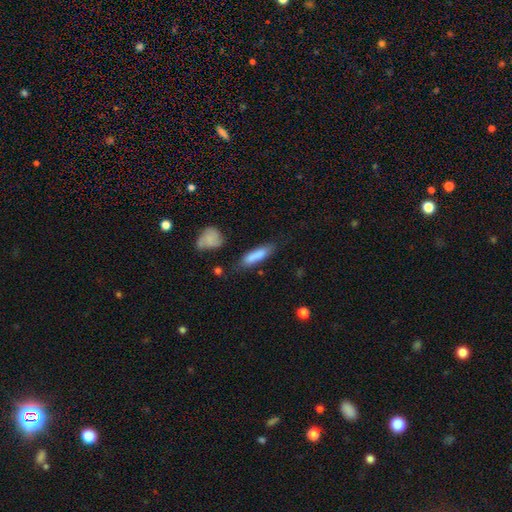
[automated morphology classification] Smooth or featured: smooth — 82% (featured or disk — 11%)
How rounded: cigar-shaped — 63% (in between — 35%)
Merging: none — 71% (minor disturbance — 20%)